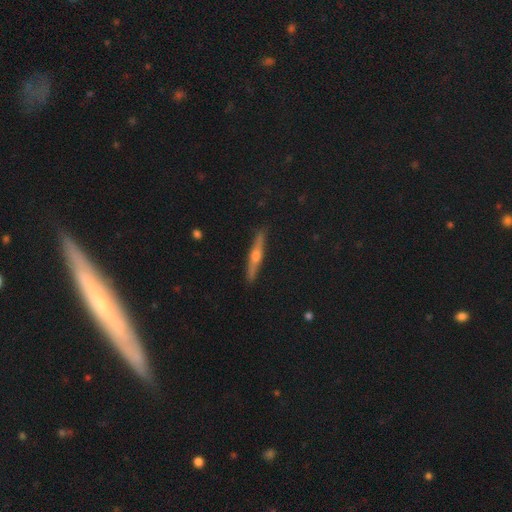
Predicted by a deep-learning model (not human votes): Overall: featured or disk (69%). Edge-on disk: yes (97%). Edge-on bulge: rounded (89%). Merging: none (90%).